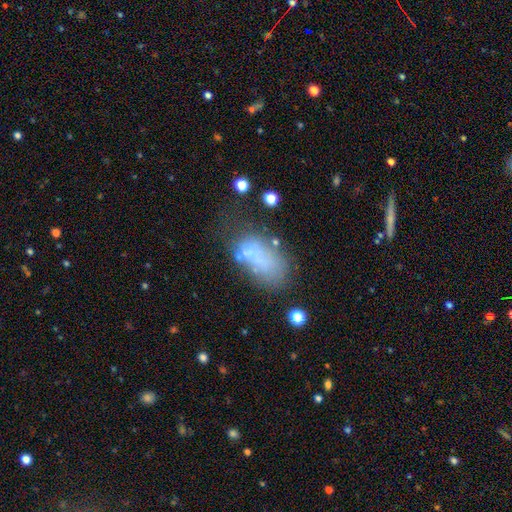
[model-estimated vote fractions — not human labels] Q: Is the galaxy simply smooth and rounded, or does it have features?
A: smooth — 57%.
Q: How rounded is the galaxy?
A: in between — 88%.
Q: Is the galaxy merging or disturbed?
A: none — 33%.